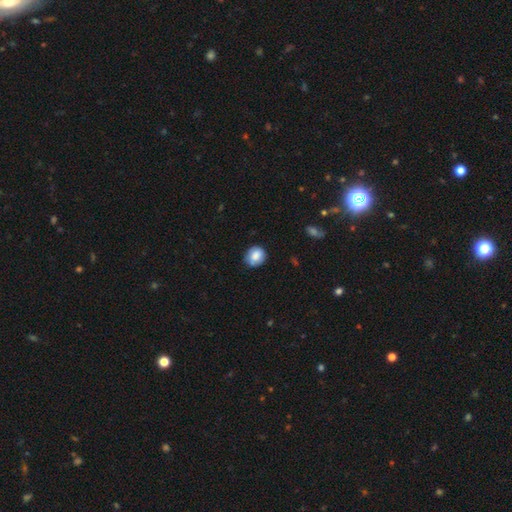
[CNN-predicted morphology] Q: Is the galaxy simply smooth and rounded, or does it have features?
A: smooth — 81%.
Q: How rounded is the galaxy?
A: round — 73%.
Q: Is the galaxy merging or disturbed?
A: none — 74%.